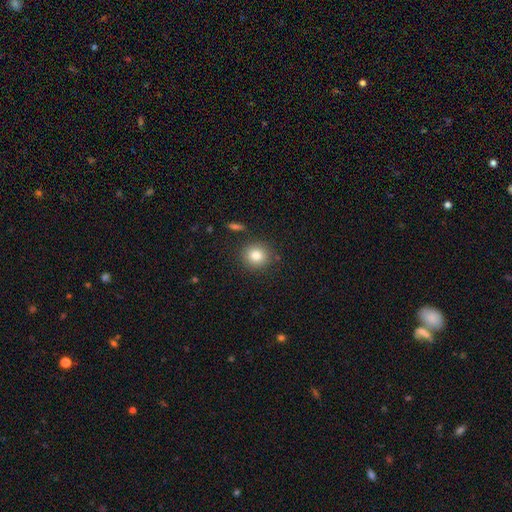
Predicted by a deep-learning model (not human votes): smooth_or_featured: smooth (p=0.81) [alt: star or artifact p=0.11]
how_rounded: round (p=0.88) [alt: in between p=0.11]
merging: none (p=0.86) [alt: minor disturbance p=0.08]